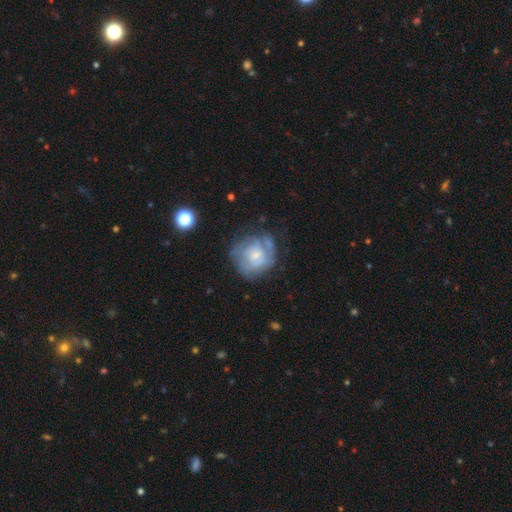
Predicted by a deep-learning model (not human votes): Smooth or featured? featured or disk (61%)
Edge-on disk? no (98%)
Bar? no (72%)
Spiral arms? yes (71%)
Bulge size? small (49%)
Merging? none (58%)